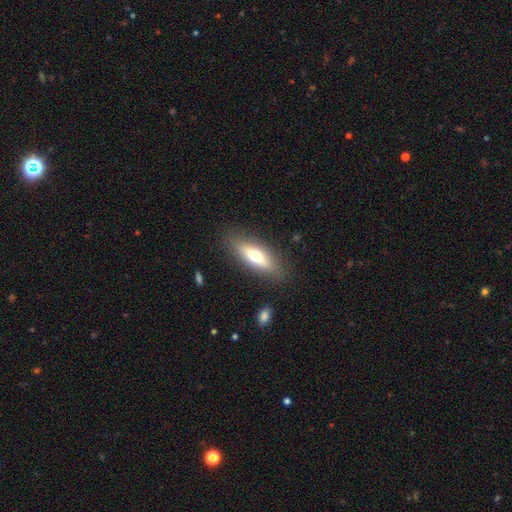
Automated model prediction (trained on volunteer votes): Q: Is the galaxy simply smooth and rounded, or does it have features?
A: smooth — 54%.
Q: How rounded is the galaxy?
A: cigar-shaped — 50%.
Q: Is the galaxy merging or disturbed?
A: none — 84%.